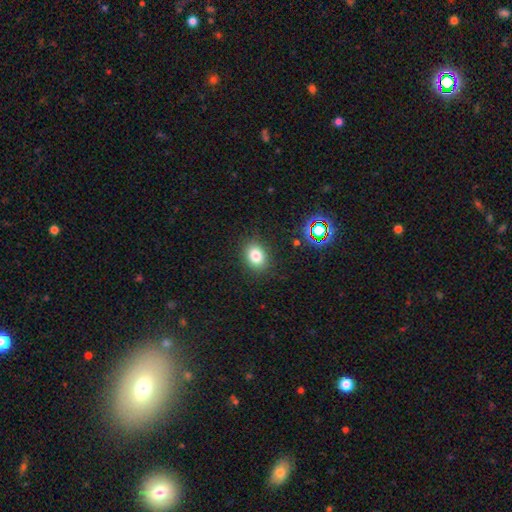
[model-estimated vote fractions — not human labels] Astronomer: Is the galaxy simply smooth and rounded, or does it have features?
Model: smooth — 80%.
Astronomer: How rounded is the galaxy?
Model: in between — 65%.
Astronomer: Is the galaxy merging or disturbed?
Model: none — 86%.